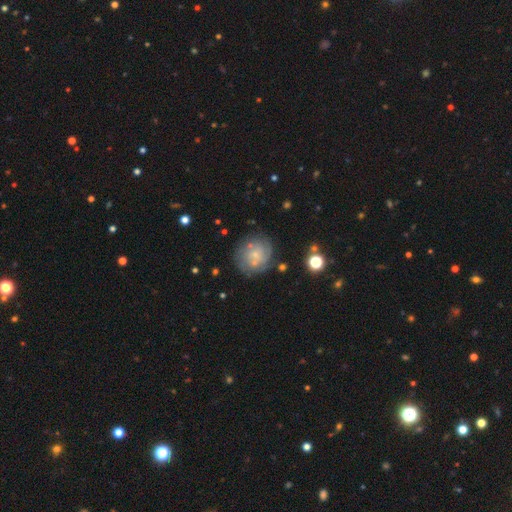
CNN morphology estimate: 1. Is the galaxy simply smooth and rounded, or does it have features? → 60% featured or disk, 30% smooth, 10% star or artifact.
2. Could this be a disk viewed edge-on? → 98% no, 2% yes.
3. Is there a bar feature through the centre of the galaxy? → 76% no, 21% weak, 3% strong.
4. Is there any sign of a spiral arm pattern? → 78% yes, 22% no.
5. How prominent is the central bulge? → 65% small, 16% none, 15% moderate, 2% large, 1% dominant.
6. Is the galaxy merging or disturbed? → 67% none, 17% minor disturbance, 9% major disturbance, 7% merger.